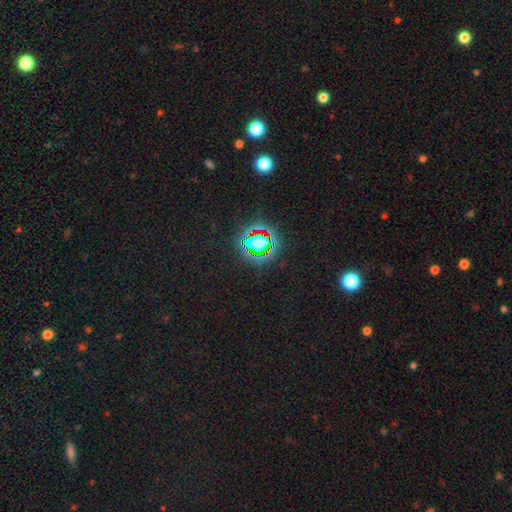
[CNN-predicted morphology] smooth-or-featured: star or artifact: 77% | smooth: 15% | featured or disk: 8%